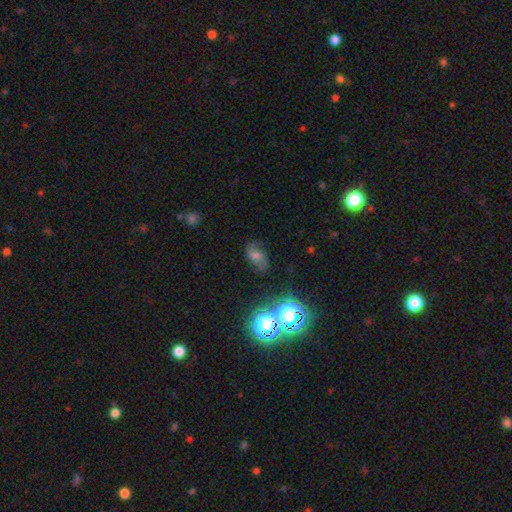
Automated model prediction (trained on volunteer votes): featured or disk 41%, smooth 33%, star or artifact 26%. Down the decision tree: merging — none (65%).